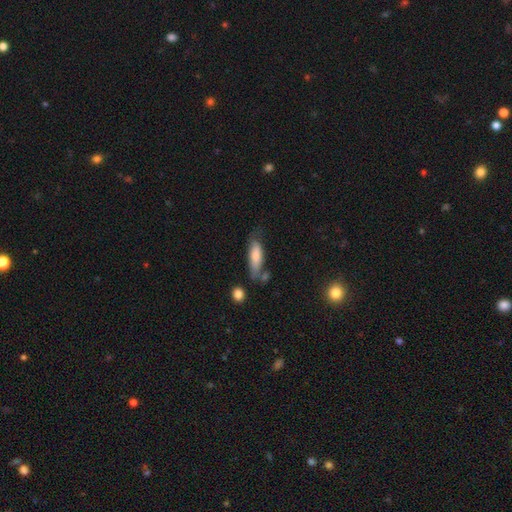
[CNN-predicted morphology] A smooth galaxy with no disk features (73%) that is in between round and cigar-shaped (55%). Merging: none (50%).